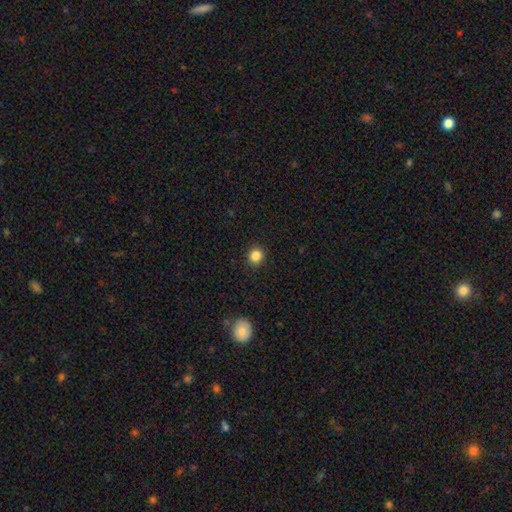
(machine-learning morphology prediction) Smooth or featured?
  - smooth: 85% *
  - star or artifact: 11%
  - featured or disk: 4%
How rounded?
  - round: 90% *
  - in between: 9%
  - cigar-shaped: 1%
Merging?
  - none: 92% *
  - minor disturbance: 5%
  - major disturbance: 2%
  - merger: 1%